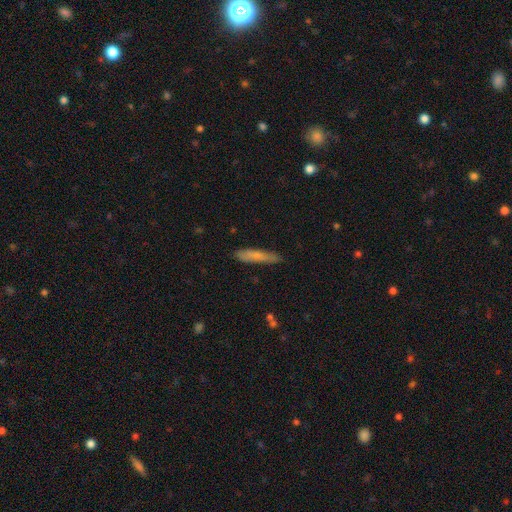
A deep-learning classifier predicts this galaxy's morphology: A smooth galaxy with no disk features (72%) that is cigar-shaped (87%). Merging: none (81%).